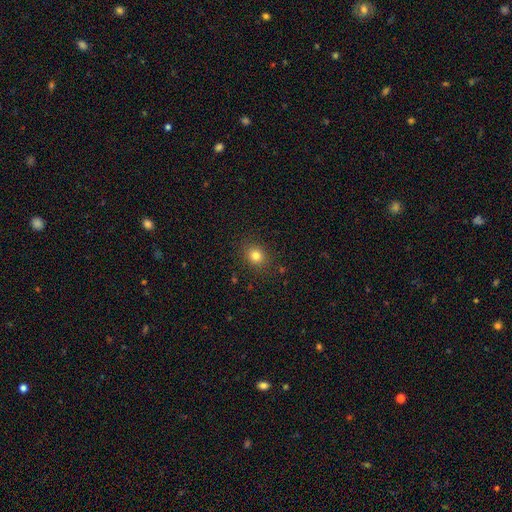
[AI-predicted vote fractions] Overall: smooth (81%). How rounded: round (71%). Merging: none (88%).